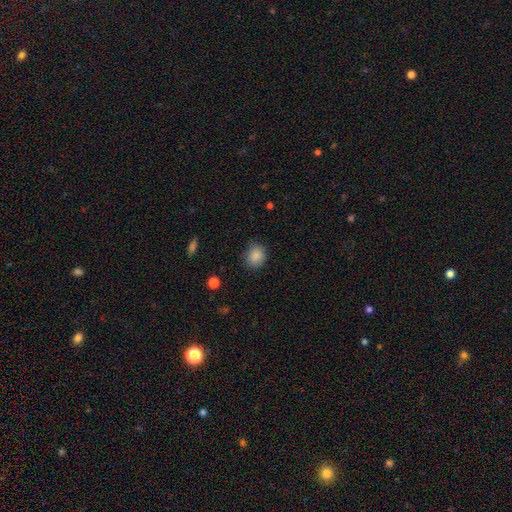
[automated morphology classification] smooth-or-featured: smooth: 87% | star or artifact: 9% | featured or disk: 4%
  how-rounded: round: 69% | in between: 30% | cigar-shaped: 1%
  merging: none: 82% | minor disturbance: 13% | major disturbance: 3% | merger: 1%